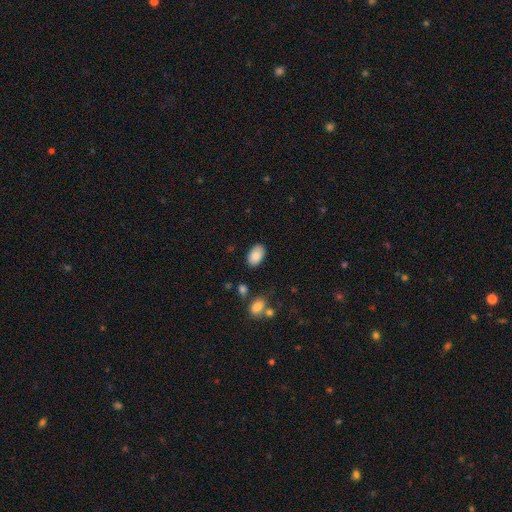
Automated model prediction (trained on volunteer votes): smooth_or_featured: smooth (p=0.87) [alt: star or artifact p=0.07]
how_rounded: in between (p=0.92) [alt: round p=0.06]
merging: none (p=0.84) [alt: minor disturbance p=0.11]